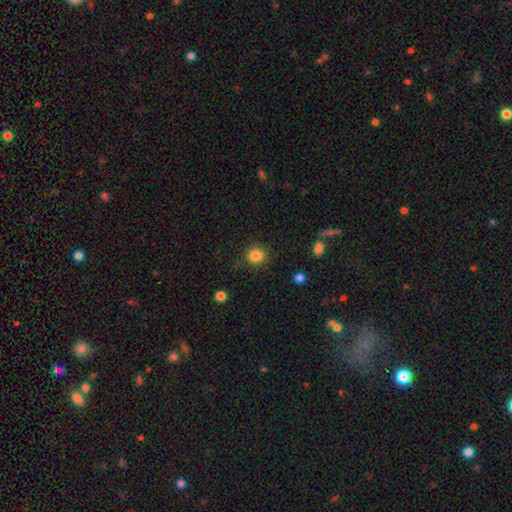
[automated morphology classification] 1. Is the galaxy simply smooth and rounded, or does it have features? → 85% smooth, 11% star or artifact, 4% featured or disk.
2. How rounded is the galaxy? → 86% round, 13% in between, 1% cigar-shaped.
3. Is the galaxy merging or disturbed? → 85% none, 11% minor disturbance, 3% major disturbance, 2% merger.